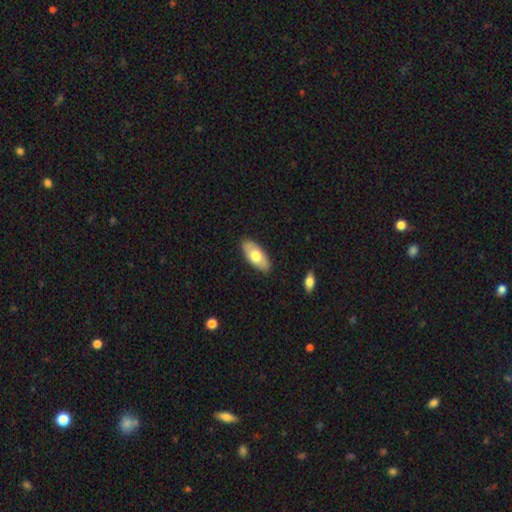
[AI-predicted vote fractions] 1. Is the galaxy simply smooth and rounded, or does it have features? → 67% smooth, 28% featured or disk, 5% star or artifact.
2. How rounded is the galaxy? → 90% in between, 8% cigar-shaped, 2% round.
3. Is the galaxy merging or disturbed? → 88% none, 9% minor disturbance, 2% major disturbance, 1% merger.